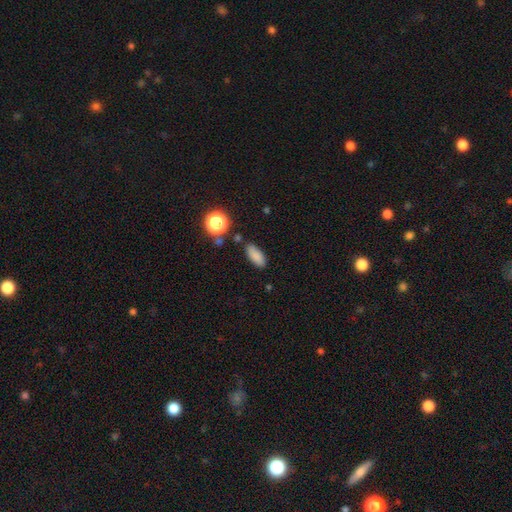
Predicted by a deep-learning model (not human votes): Smooth or featured? Predicted: smooth (p=0.83). How rounded? Predicted: in between (p=0.79). Merging? Predicted: none (p=0.79).